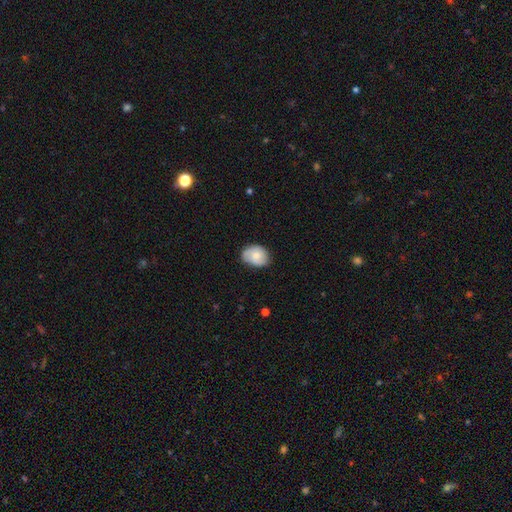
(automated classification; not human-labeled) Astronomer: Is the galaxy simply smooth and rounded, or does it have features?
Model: smooth — 70%.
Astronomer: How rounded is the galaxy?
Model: in between — 61% (runner-up: round, 38%).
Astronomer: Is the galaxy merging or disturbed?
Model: none — 71%.